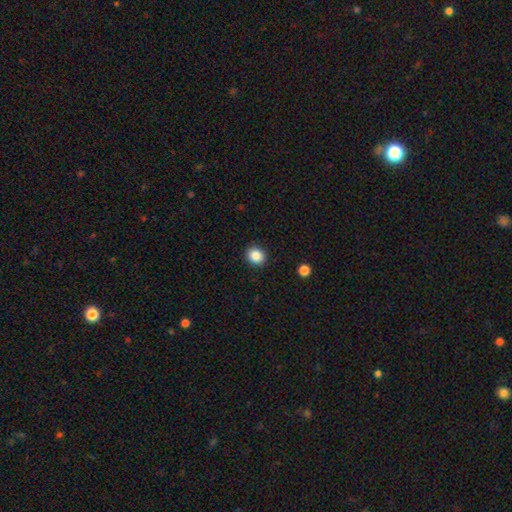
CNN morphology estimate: type=smooth (86%); roundness=round (77%); merging=none (91%).